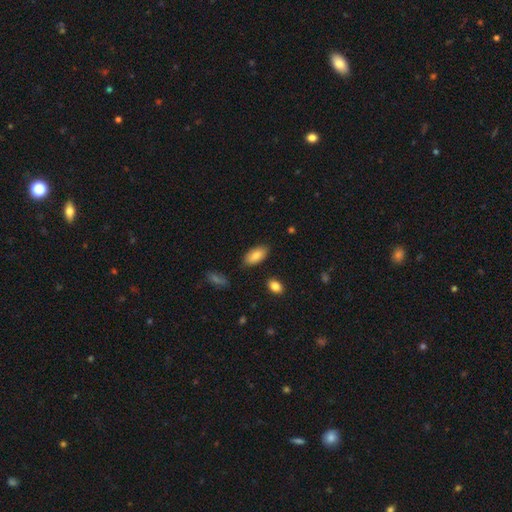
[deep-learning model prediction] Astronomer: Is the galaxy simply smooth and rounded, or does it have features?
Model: smooth — 85%.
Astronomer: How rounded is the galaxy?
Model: in between — 92%.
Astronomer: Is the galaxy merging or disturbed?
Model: none — 83%.